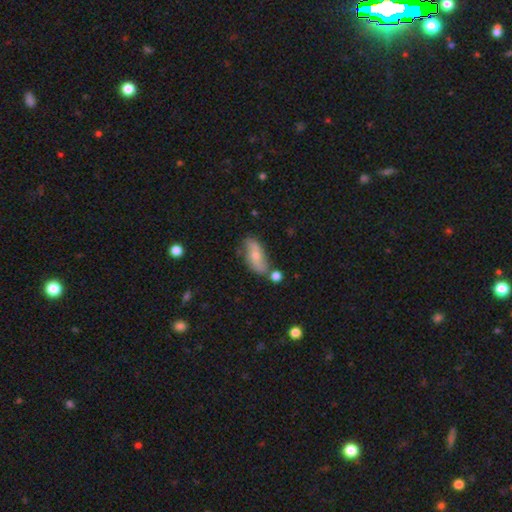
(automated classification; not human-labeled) smooth-or-featured: smooth: 54% | featured or disk: 39% | star or artifact: 7%
  how-rounded: in between: 79% | cigar-shaped: 17% | round: 4%
  merging: none: 64% | minor disturbance: 20% | merger: 10% | major disturbance: 5%